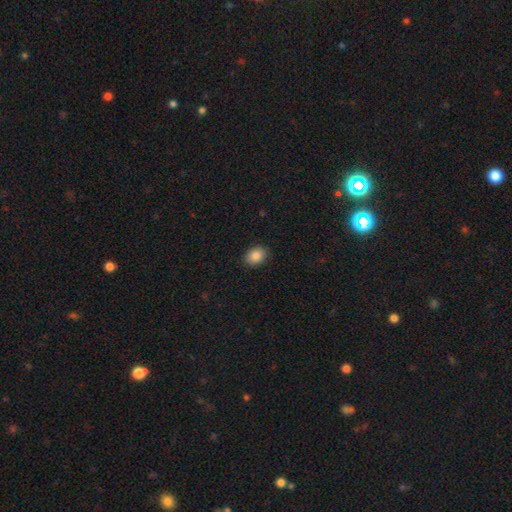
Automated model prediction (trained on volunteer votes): The model was most divided on "how rounded": in between: 65%, round: 34%, cigar-shaped: 1%. More confident: merging — none (89%); smooth or featured — smooth (88%).